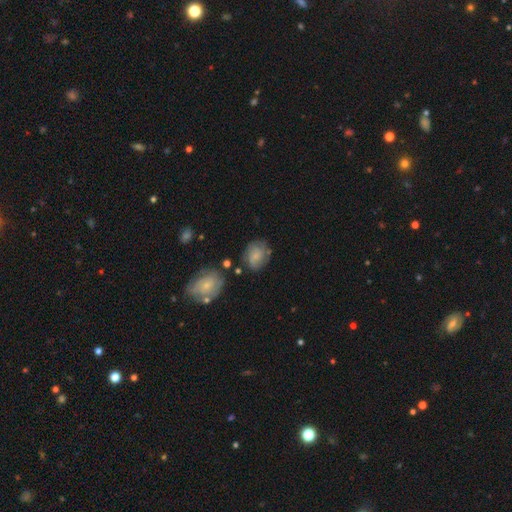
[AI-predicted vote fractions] Smooth or featured: smooth — 60% (featured or disk — 31%)
How rounded: in between — 57% (round — 42%)
Merging: none — 63% (minor disturbance — 23%)